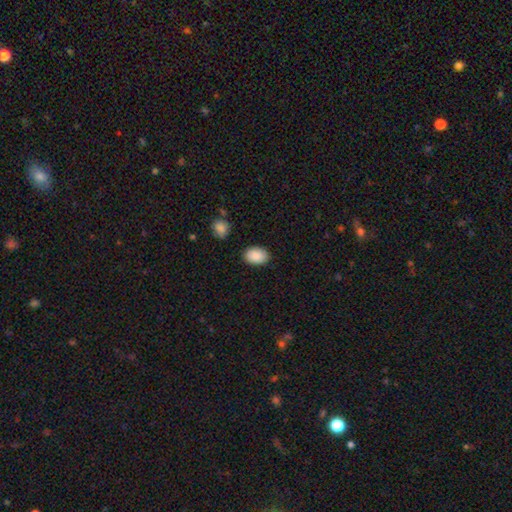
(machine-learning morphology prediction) Smooth or featured? smooth (90%)
How rounded? in between (84%)
Merging? none (87%)